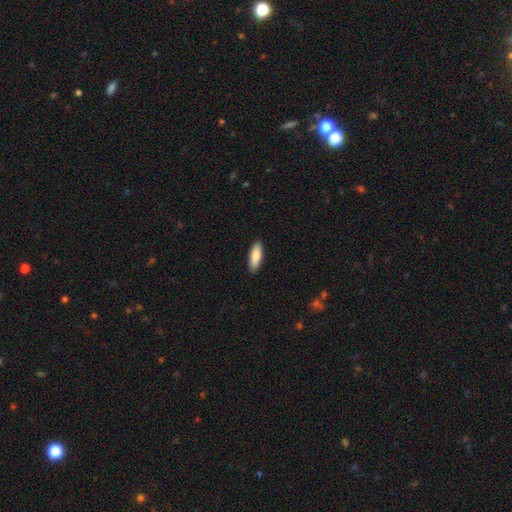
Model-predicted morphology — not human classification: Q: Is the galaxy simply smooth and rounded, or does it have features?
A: smooth — 85%.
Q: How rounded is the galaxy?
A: in between — 61%.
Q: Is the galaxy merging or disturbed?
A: none — 90%.